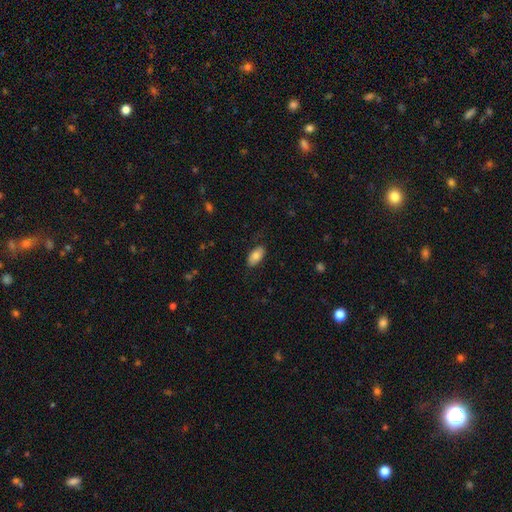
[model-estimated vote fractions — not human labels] This appears to be a smooth galaxy with no disk features (77%) that is in between round and cigar-shaped (94%). Merging: none (81%).